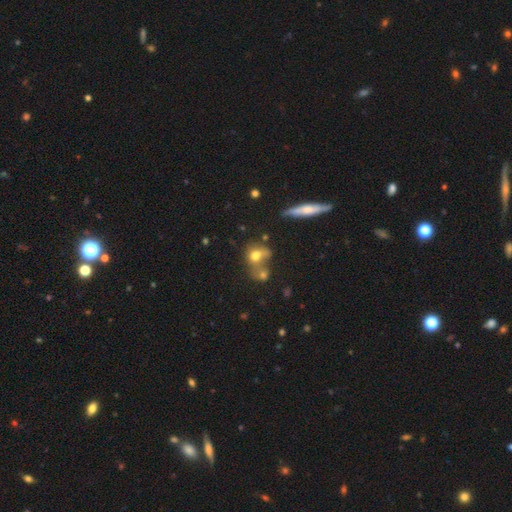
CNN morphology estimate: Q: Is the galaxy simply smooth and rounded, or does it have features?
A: smooth — 68%.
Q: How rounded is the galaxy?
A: round — 51%.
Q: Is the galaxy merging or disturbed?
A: merger — 46%.